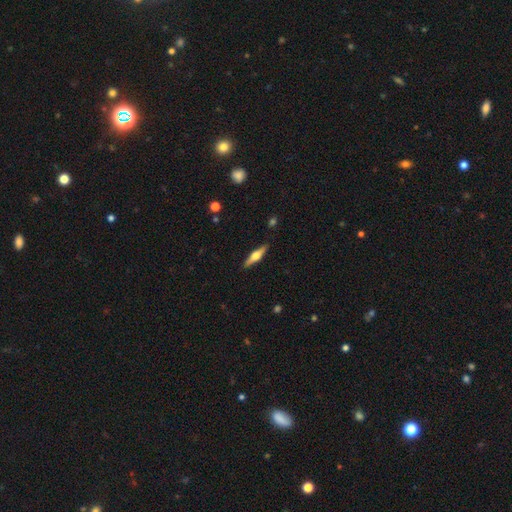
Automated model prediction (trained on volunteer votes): A featured or disk galaxy (61%) viewed edge-on (96%) with a rounded central bulge (93%).

Vote fractions:
- Smooth or featured? featured or disk: 61% / smooth: 33% / star or artifact: 6%
- Edge-on disk? yes: 96% / no: 4%
- Edge-on bulge? rounded: 93% / boxy: 5% / none: 2%
- Merging? none: 90% / minor disturbance: 8% / major disturbance: 2% / merger: 1%